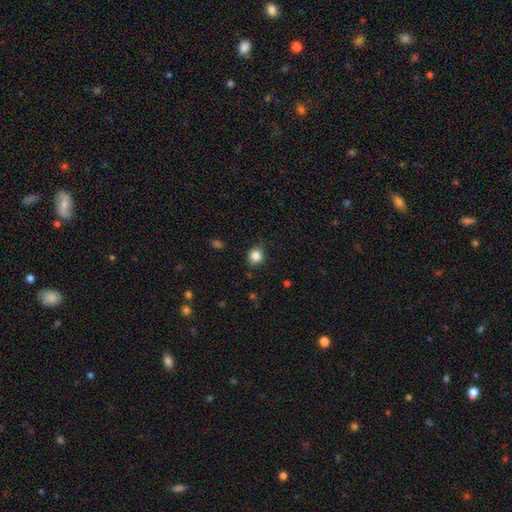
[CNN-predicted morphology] This is clearly a smooth galaxy (84%). How rounded: clearly round (80%). Merging: clearly none (84%).